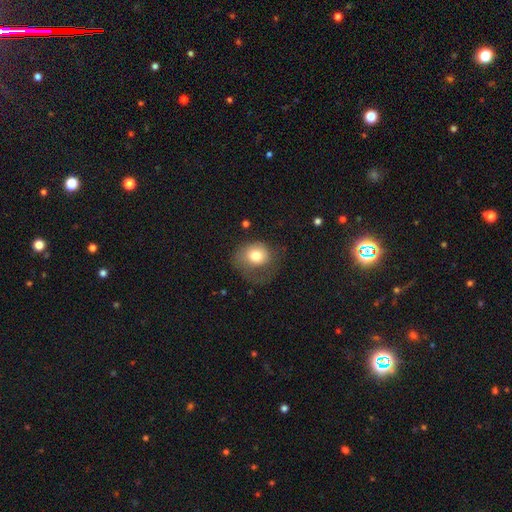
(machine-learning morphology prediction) This appears to be a smooth galaxy with no disk features (72%) that is round (65%). Merging: major disturbance (40%).